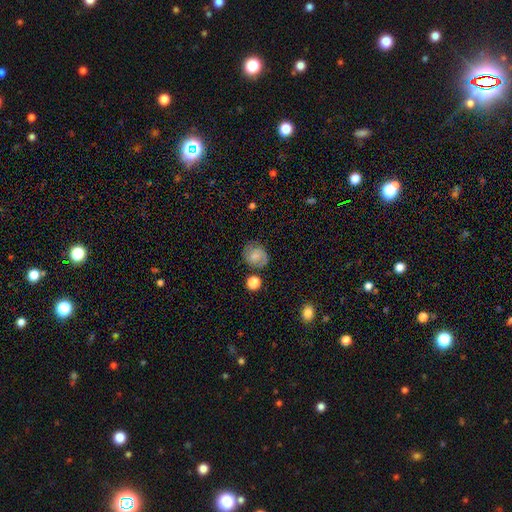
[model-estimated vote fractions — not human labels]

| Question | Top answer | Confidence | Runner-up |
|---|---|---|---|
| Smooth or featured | smooth | 46% | featured or disk (44%) |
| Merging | none | 69% | minor disturbance (19%) |